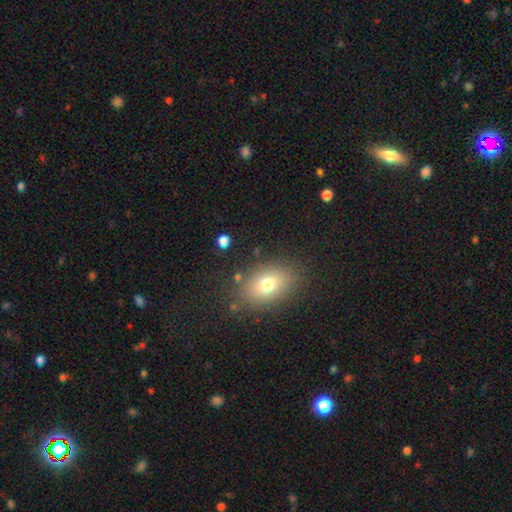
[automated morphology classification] Smooth or featured?
  - smooth: 68% *
  - star or artifact: 19%
  - featured or disk: 13%
How rounded?
  - in between: 77% *
  - round: 21%
  - cigar-shaped: 2%
Merging?
  - none: 83% *
  - minor disturbance: 11%
  - major disturbance: 4%
  - merger: 2%